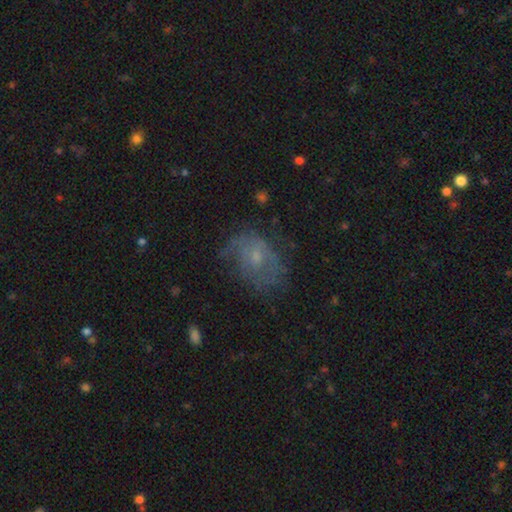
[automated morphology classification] Smooth or featured? Predicted: featured or disk (p=0.50). Edge-on disk? Predicted: no (p=0.96). Merging? Predicted: none (p=0.52).